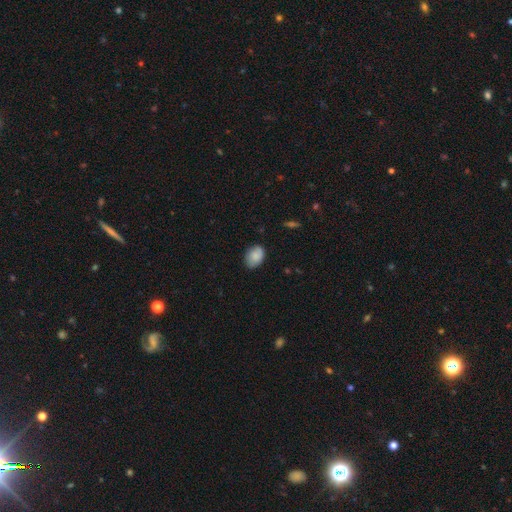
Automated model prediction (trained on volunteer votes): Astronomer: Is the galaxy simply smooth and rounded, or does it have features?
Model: smooth — 83%.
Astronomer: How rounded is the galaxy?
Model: in between — 76%.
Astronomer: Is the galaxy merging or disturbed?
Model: none — 77%.